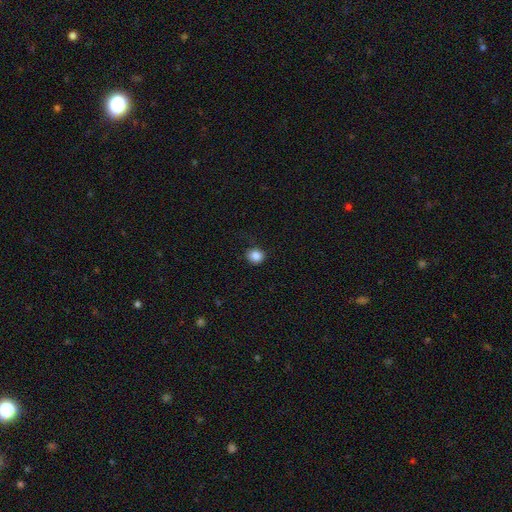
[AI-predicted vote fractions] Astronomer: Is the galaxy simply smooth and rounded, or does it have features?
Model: smooth — 85%.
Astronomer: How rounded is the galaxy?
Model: round — 85%.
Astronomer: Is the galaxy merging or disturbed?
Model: none — 84%.